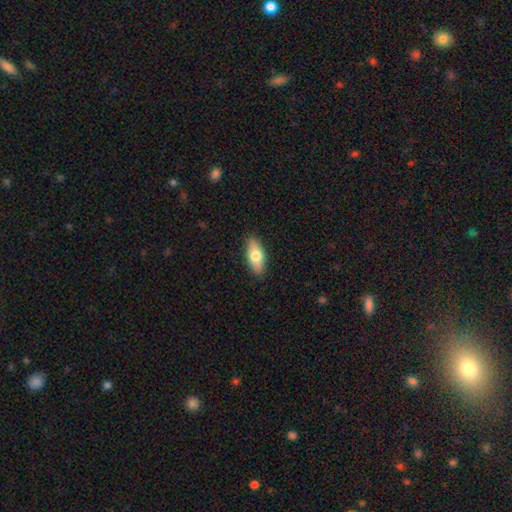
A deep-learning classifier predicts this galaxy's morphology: smooth_or_featured: smooth (p=0.71) [alt: featured or disk p=0.23]
how_rounded: in between (p=0.81) [alt: cigar-shaped p=0.16]
merging: none (p=0.88) [alt: minor disturbance p=0.09]